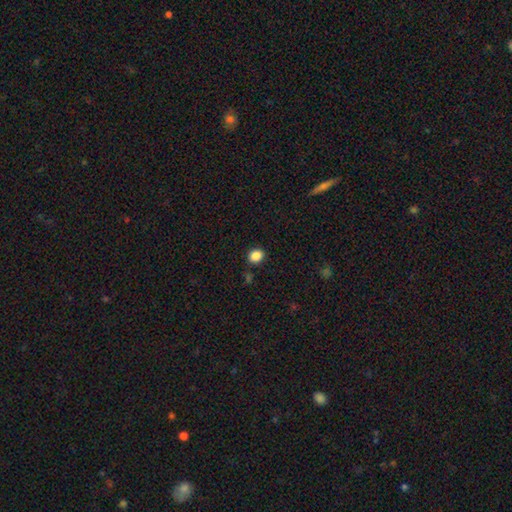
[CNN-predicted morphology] The model was most divided on "how rounded": round: 59%, in between: 40%, cigar-shaped: 1%. More confident: merging — none (87%); smooth or featured — smooth (86%).